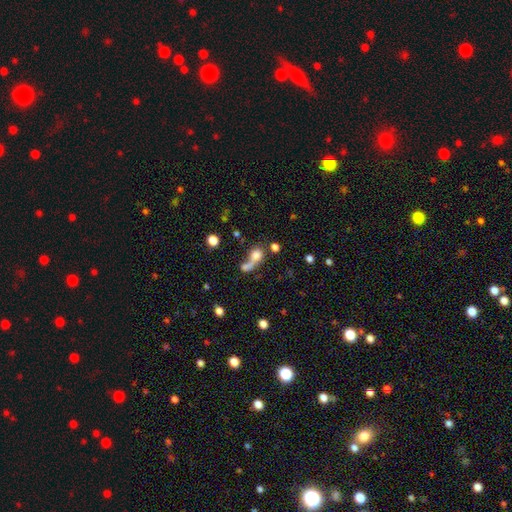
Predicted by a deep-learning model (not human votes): Smooth or featured? smooth (71%)
How rounded? round (59%)
Merging? merger (51%)